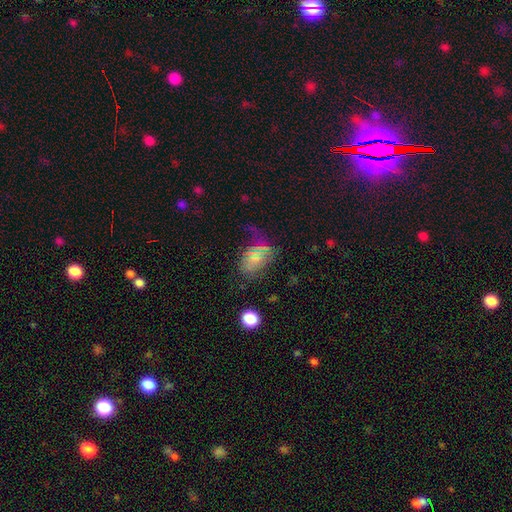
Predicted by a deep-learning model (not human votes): The model was most divided on "smooth or featured": smooth: 47%, star or artifact: 37%, featured or disk: 16%. More confident: merging — none (64%).